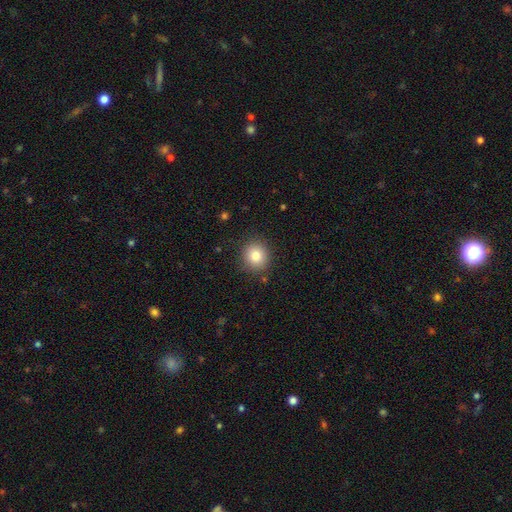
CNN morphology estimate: Smooth or featured?
  - smooth: 83% *
  - star or artifact: 10%
  - featured or disk: 7%
How rounded?
  - round: 84% *
  - in between: 15%
  - cigar-shaped: 1%
Merging?
  - none: 87% *
  - minor disturbance: 9%
  - major disturbance: 3%
  - merger: 1%